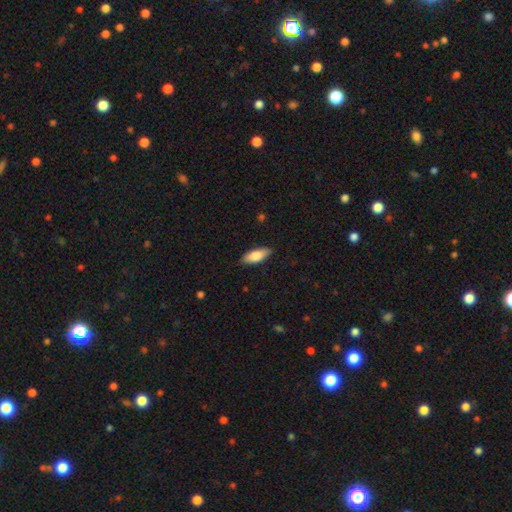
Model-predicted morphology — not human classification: Overall: smooth (78%). How rounded: in between (72%). Merging: none (87%).